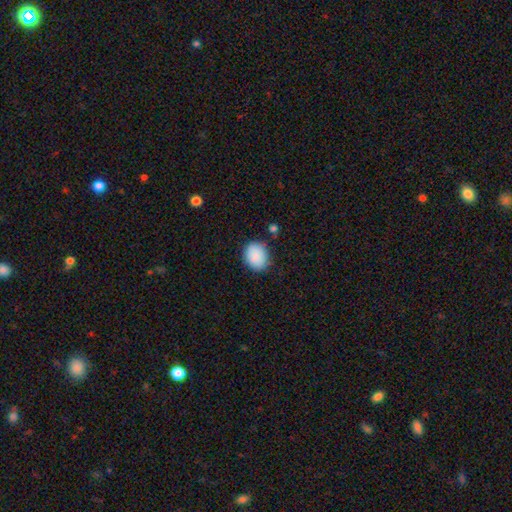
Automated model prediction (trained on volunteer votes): The model was most divided on "how rounded": round: 50%, in between: 49%, cigar-shaped: 1%. More confident: smooth or featured — smooth (89%); merging — none (79%).